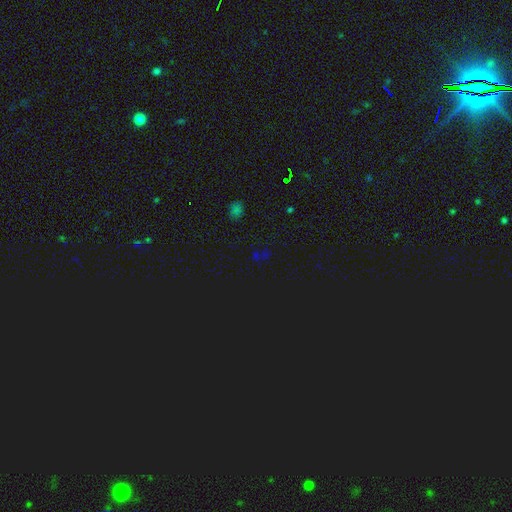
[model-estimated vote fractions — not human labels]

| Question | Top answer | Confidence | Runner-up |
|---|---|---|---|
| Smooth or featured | star or artifact | 70% | smooth (23%) |